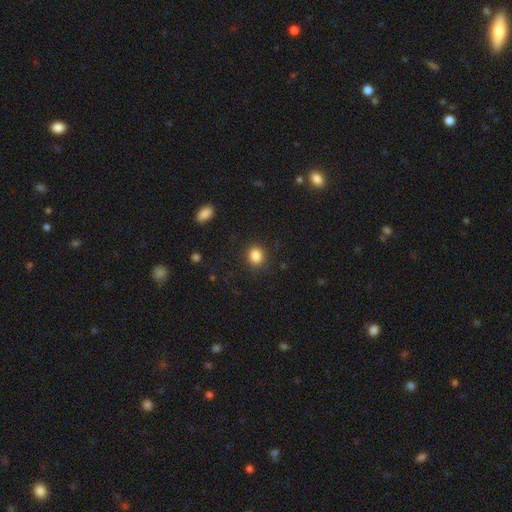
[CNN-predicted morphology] Smooth or featured: smooth — 86% (star or artifact — 10%)
How rounded: round — 69% (in between — 30%)
Merging: none — 85% (minor disturbance — 10%)